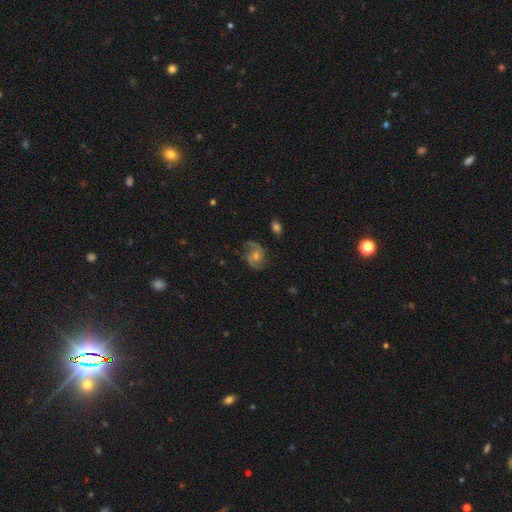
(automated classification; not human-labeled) This is clearly a featured or disk galaxy (81%). It is clearly not viewed edge-on (98%). Bar: likely no (69%). Spiral arm pattern: clearly yes (95%). Spiral arm count: clearly 2 (81%). Spiral winding: possibly medium (51%). Central bulge: possibly moderate (55%). Merging: likely none (72%).